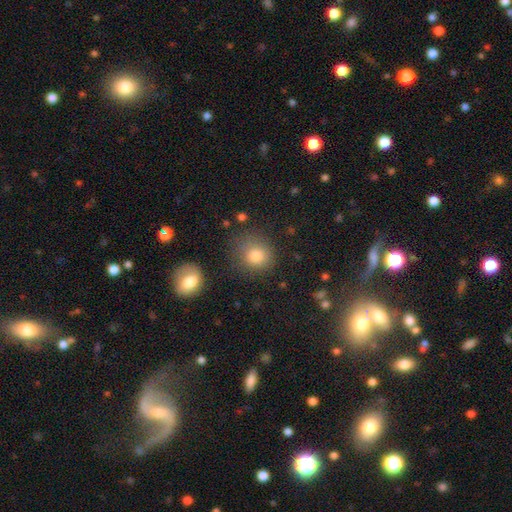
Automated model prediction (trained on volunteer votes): A smooth galaxy with no disk features (81%) that is round (83%). Merging: none (77%).